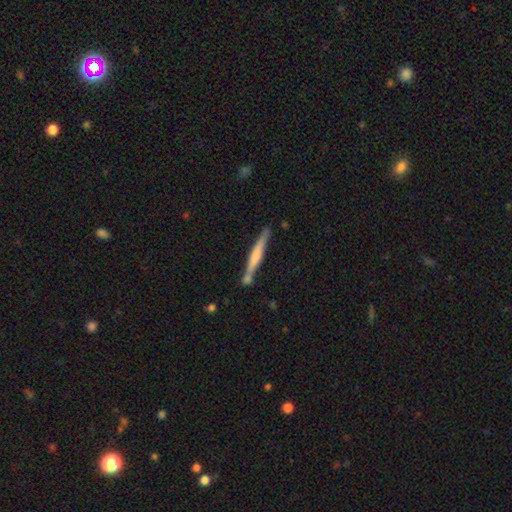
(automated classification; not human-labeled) smooth_or_featured: featured or disk (p=0.53) [alt: smooth p=0.41]
disk_edge_on: yes (p=0.96) [alt: no p=0.04]
edge_on_bulge: rounded (p=0.50) [alt: none p=0.28]
merging: none (p=0.71) [alt: minor disturbance p=0.13]